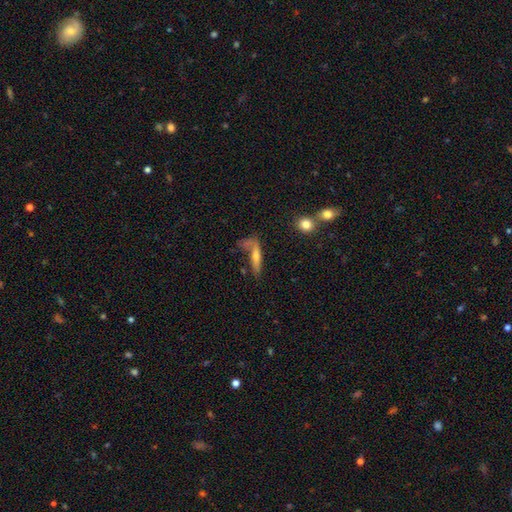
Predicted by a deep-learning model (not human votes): Overall: smooth (46%; featured or disk 43%). Merging: none (40%; major disturbance 23%).